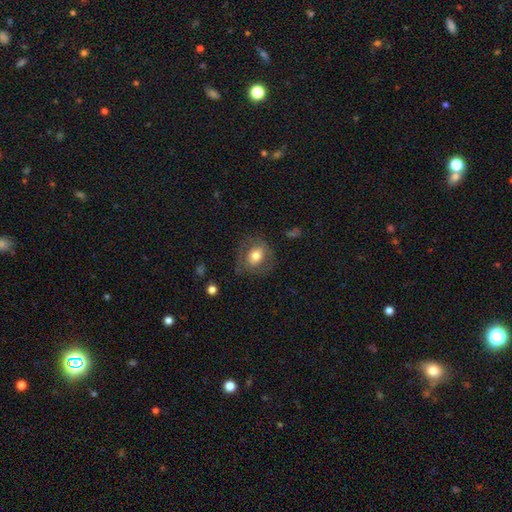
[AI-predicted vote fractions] smooth-or-featured: smooth: 61% | featured or disk: 31% | star or artifact: 8%
  how-rounded: round: 60% | in between: 39% | cigar-shaped: 1%
  merging: none: 69% | minor disturbance: 18% | major disturbance: 12% | merger: 1%